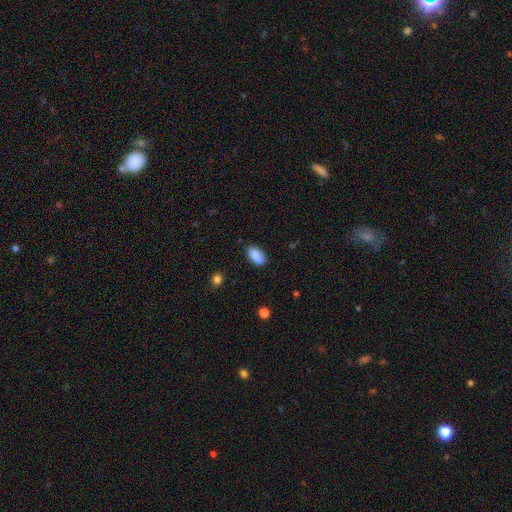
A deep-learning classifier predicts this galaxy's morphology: Smooth or featured? smooth (86%)
How rounded? in between (94%)
Merging? none (82%)